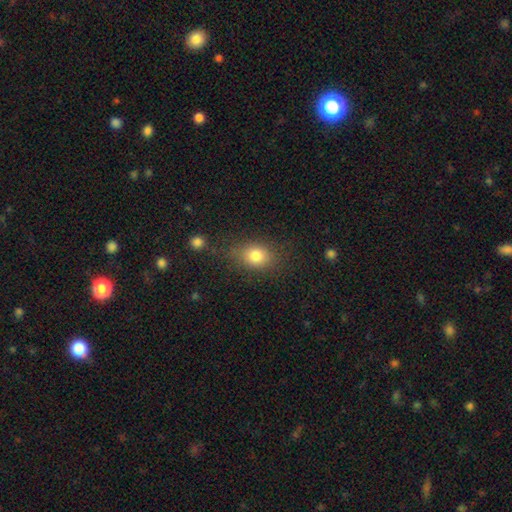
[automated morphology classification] This is clearly a smooth galaxy (81%). How rounded: possibly in between (57%). Merging: likely none (74%).